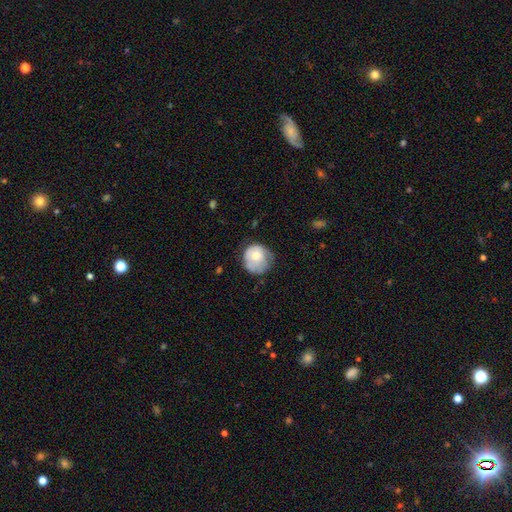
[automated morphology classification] A smooth galaxy with no disk features (59%) that is round (86%). Merging: none (53%).